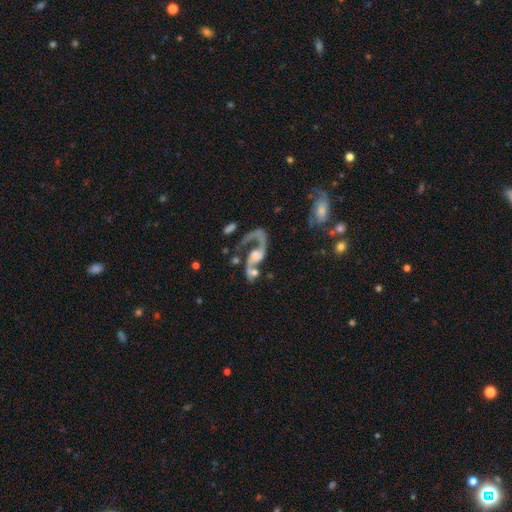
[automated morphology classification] Smooth or featured? Predicted: featured or disk (p=0.82). Edge-on disk? Predicted: no (p=0.96). Bar? Predicted: no (p=0.59). Spiral arms? Predicted: yes (p=0.89). Spiral winding? Predicted: loose (p=0.67). Spiral arm count? Predicted: 2 (p=0.60). Bulge size? Predicted: moderate (p=0.36). Merging? Predicted: none (p=0.36).